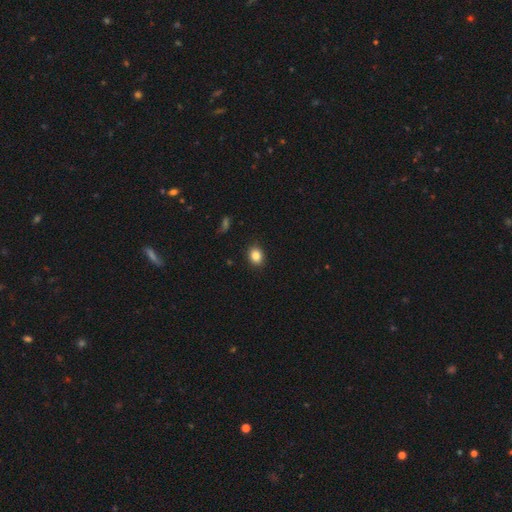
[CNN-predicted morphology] smooth 86%, star or artifact 10%, featured or disk 5%. Down the decision tree: how rounded — in between (50%); merging — none (89%).